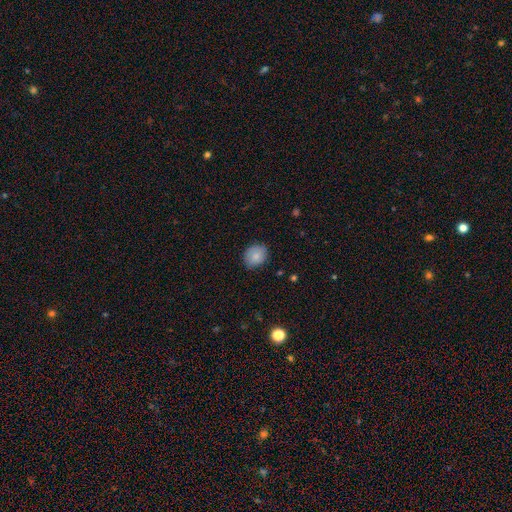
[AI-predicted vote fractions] Q: Smooth or featured?
A: smooth (82%); runner-up: featured or disk (10%)
Q: How rounded?
A: round (53%); runner-up: in between (46%)
Q: Merging?
A: none (79%); runner-up: minor disturbance (17%)